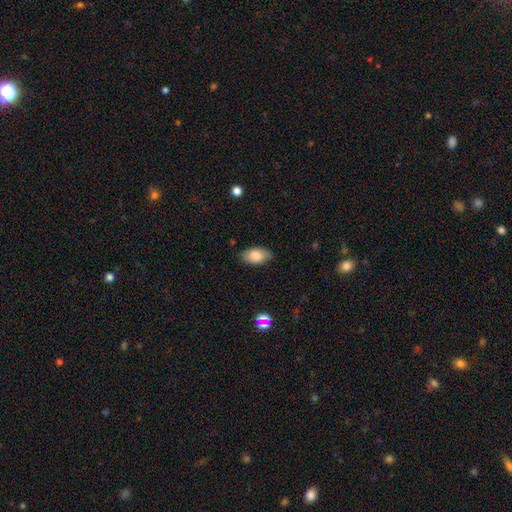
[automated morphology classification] smooth_or_featured: smooth (p=0.84) [alt: featured or disk p=0.09]
how_rounded: in between (p=0.94) [alt: round p=0.04]
merging: none (p=0.82) [alt: minor disturbance p=0.14]